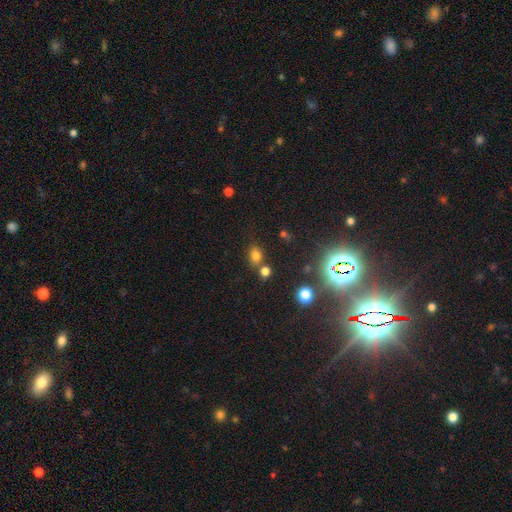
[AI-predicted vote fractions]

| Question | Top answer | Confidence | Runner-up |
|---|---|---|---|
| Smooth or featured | smooth | 73% | star or artifact (20%) |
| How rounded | round | 54% | in between (45%) |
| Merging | none | 66% | merger (18%) |